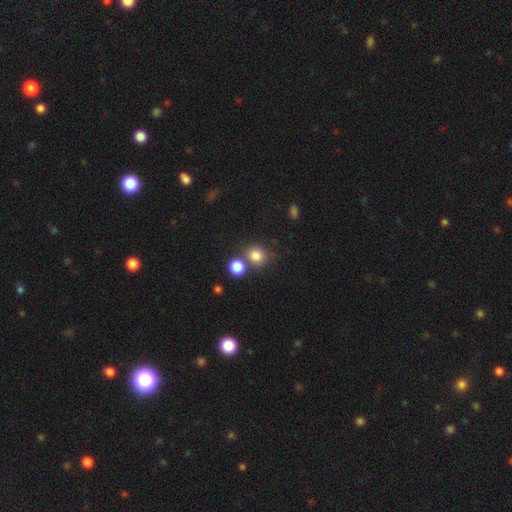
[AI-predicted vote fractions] Overall: smooth (82%). How rounded: round (79%). Merging: none (60%; merger 28%).